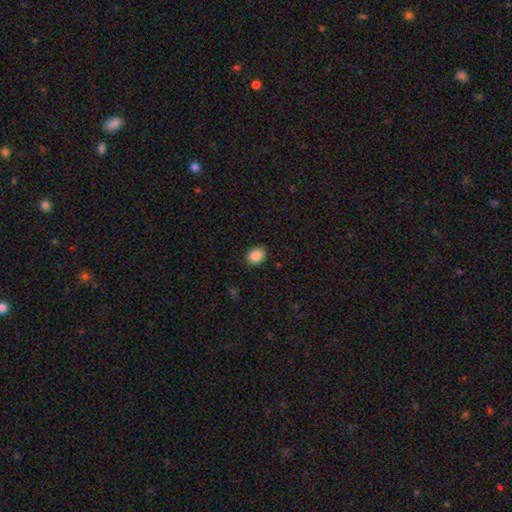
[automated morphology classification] This appears to be a smooth galaxy with no disk features (88%) that is round (51%). Merging: none (88%).